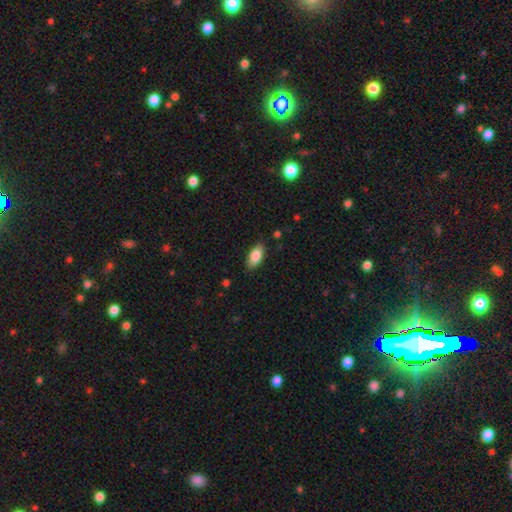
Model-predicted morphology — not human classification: Smooth or featured: smooth — 84% (featured or disk — 9%)
How rounded: in between — 91% (cigar-shaped — 7%)
Merging: none — 85% (minor disturbance — 12%)